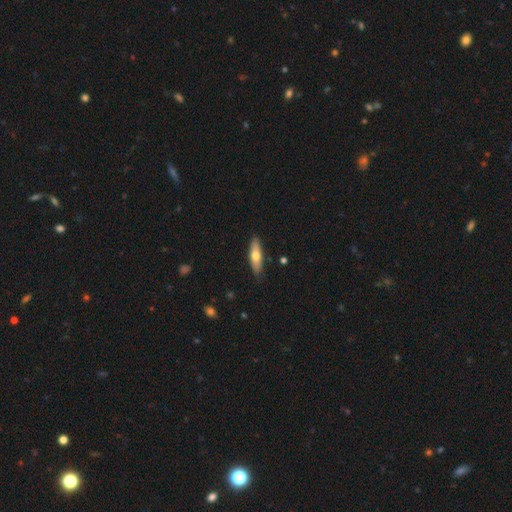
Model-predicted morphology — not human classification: This appears to be a smooth galaxy with no disk features (62%) that is cigar-shaped (57%). Merging: none (87%).